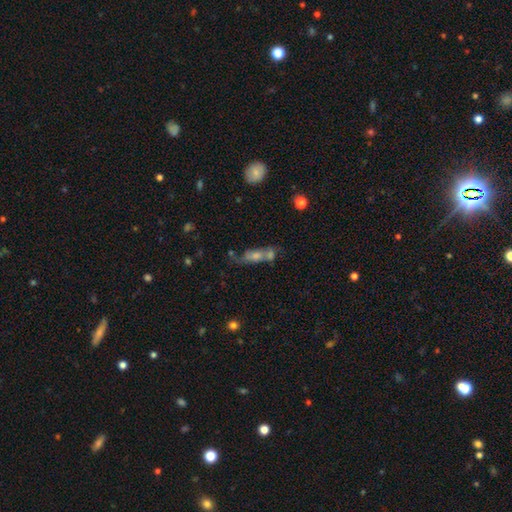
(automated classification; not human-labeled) smooth 60%, featured or disk 29%, star or artifact 10%. Down the decision tree: how rounded — in between (59%); merging — merger (42%).